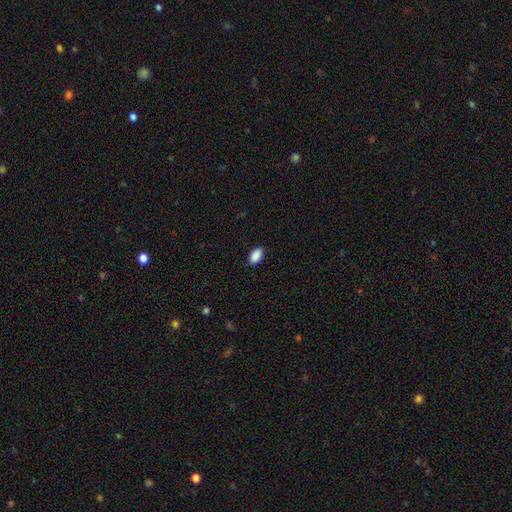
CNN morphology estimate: This is clearly a smooth galaxy (90%). How rounded: clearly in between (93%). Merging: clearly none (87%).